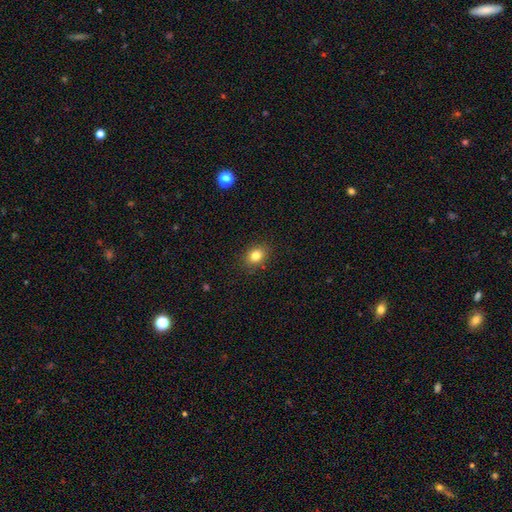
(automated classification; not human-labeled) Smooth or featured? smooth (82%)
How rounded? in between (53%)
Merging? none (87%)